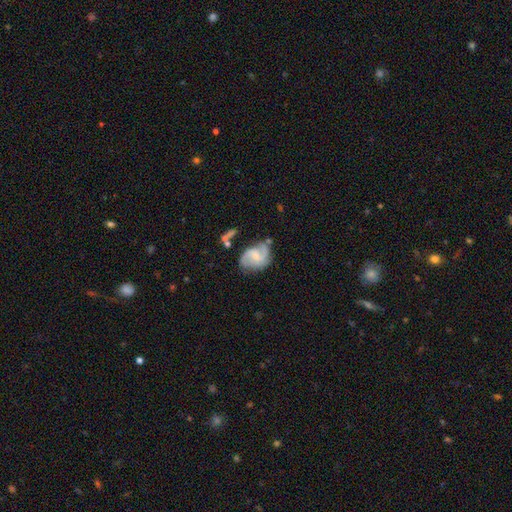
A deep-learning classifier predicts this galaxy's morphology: The model was most divided on "bar": weak: 51%, no: 39%, strong: 10%. Remaining: edge-on disk — no (98%); spiral arms — yes (94%); smooth or featured — featured or disk (78%); spiral arm count — 2 (75%); merging — none (58%); bulge size — small (52%); spiral winding — medium (49%).